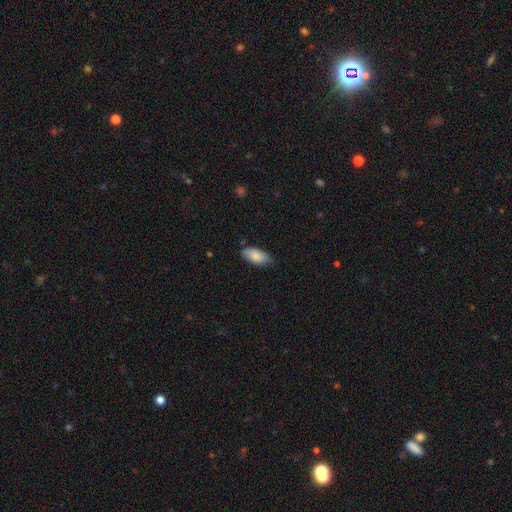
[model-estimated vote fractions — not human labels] Overall: smooth (83%). How rounded: in between (89%). Merging: none (69%).